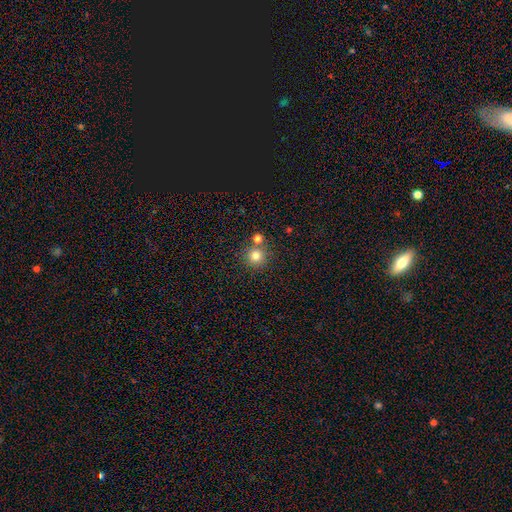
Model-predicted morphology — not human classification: Overall: smooth (80%). How rounded: round (94%). Merging: none (74%).